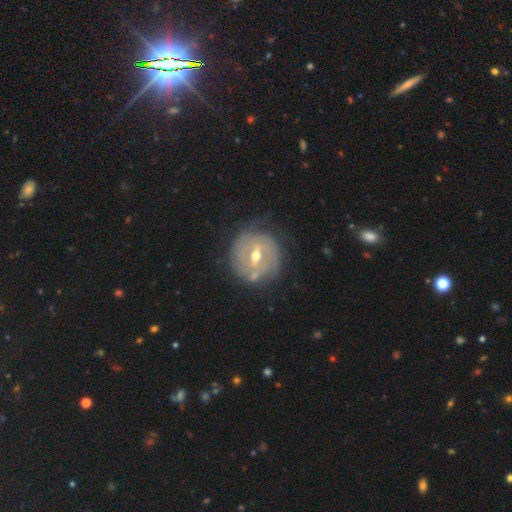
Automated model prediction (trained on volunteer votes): This is clearly a featured or disk galaxy (80%). It is clearly not viewed edge-on (95%). Bar: possibly weak (49%). Spiral arm pattern: likely yes (78%). Spiral arm count: marginally can't tell (41%). Spiral winding: likely tight (71%). Central bulge: likely moderate (68%). Merging: likely none (73%).